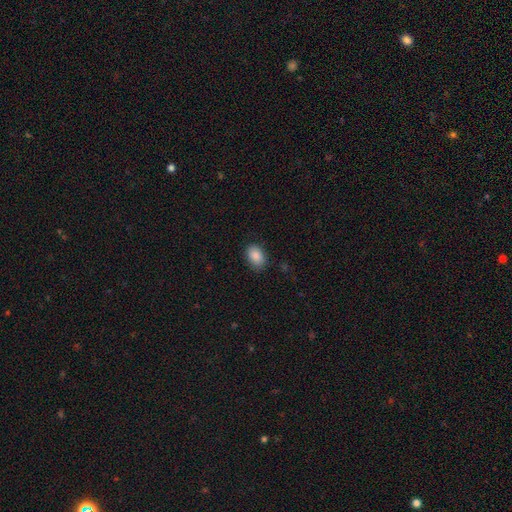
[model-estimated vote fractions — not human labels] Smooth or featured? smooth (88%)
How rounded? in between (85%)
Merging? none (84%)